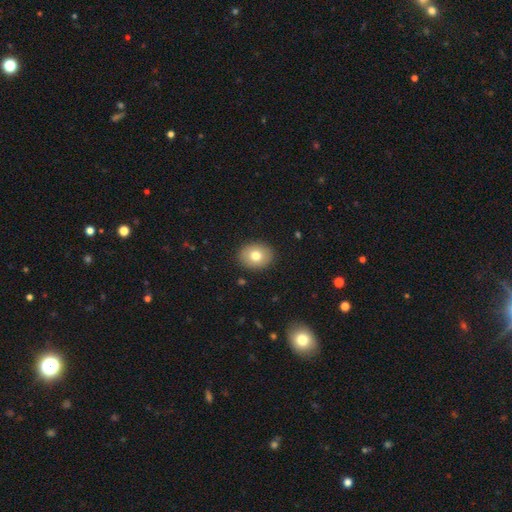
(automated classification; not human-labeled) Q: Smooth or featured?
A: smooth (76%); runner-up: featured or disk (15%)
Q: How rounded?
A: in between (52%); runner-up: round (47%)
Q: Merging?
A: none (89%); runner-up: minor disturbance (7%)